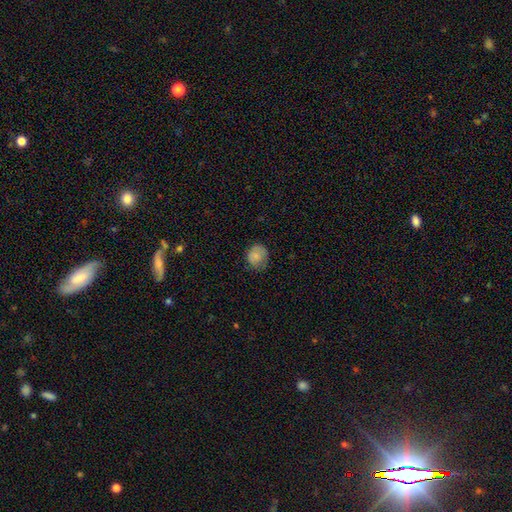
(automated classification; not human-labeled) The model was most divided on "merging": none: 69%, minor disturbance: 24%, major disturbance: 6%, merger: 1%. More confident: smooth or featured — smooth (81%); how rounded — round (76%).